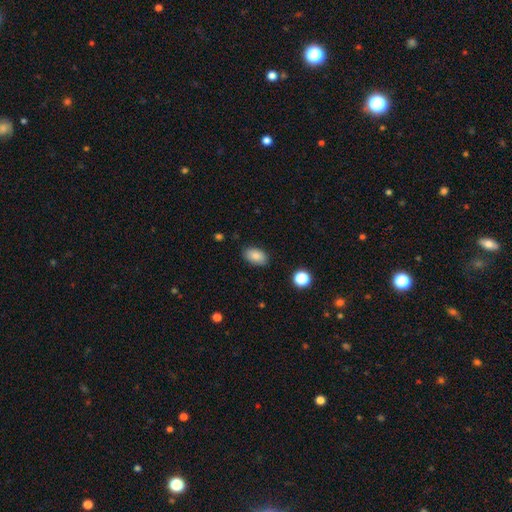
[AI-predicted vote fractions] smooth-or-featured: smooth: 86% | star or artifact: 8% | featured or disk: 6%
  how-rounded: in between: 91% | round: 7% | cigar-shaped: 1%
  merging: none: 86% | minor disturbance: 11% | major disturbance: 3% | merger: 1%